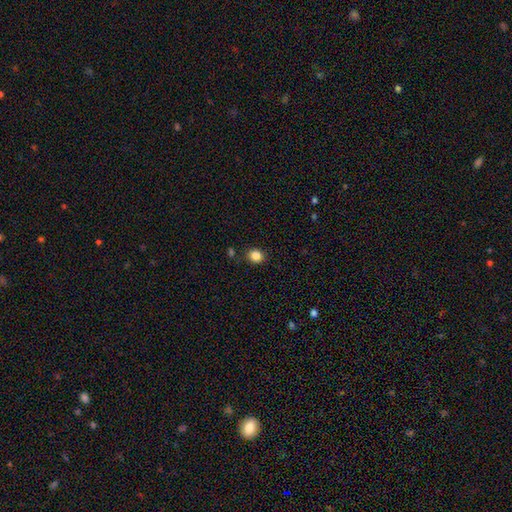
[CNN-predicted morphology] Smooth or featured? smooth (86%)
How rounded? round (74%)
Merging? none (85%)